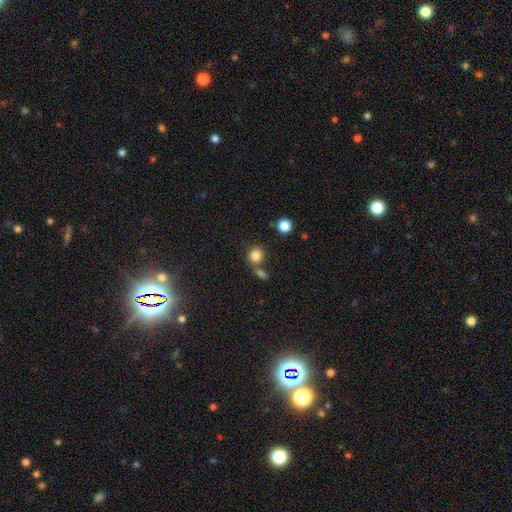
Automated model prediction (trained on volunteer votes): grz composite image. It shows a smooth galaxy with no disk features (83%) that is round (80%). Merging: none (63%).